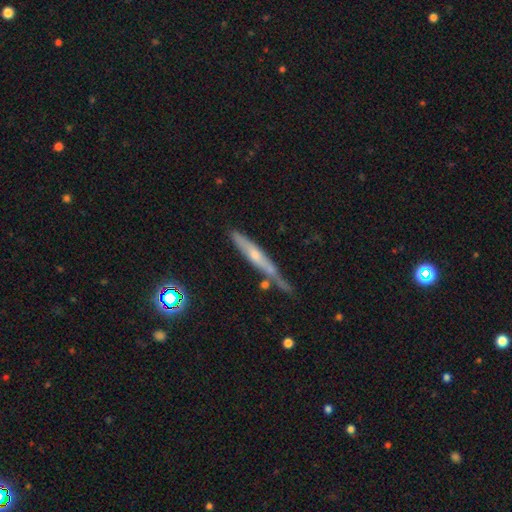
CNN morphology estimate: A featured or disk galaxy (56%) viewed edge-on (88%).

Vote fractions:
- Smooth or featured? featured or disk: 56% / smooth: 35% / star or artifact: 9%
- Edge-on disk? yes: 88% / no: 12%
- Merging? none: 61% / minor disturbance: 22% / merger: 11% / major disturbance: 6%